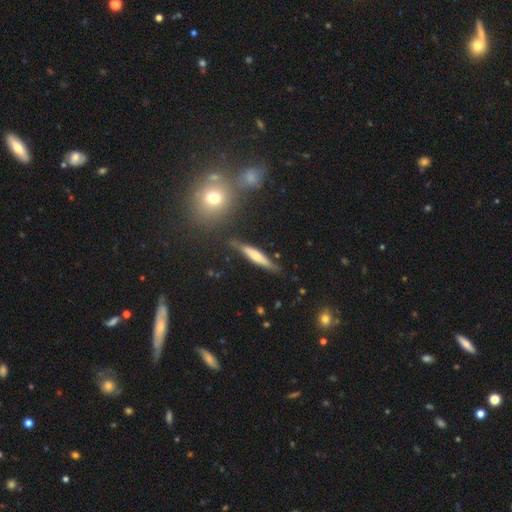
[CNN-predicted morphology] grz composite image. It shows a smooth galaxy with no disk features (50%) that is cigar-shaped (87%). Merging: none (78%).